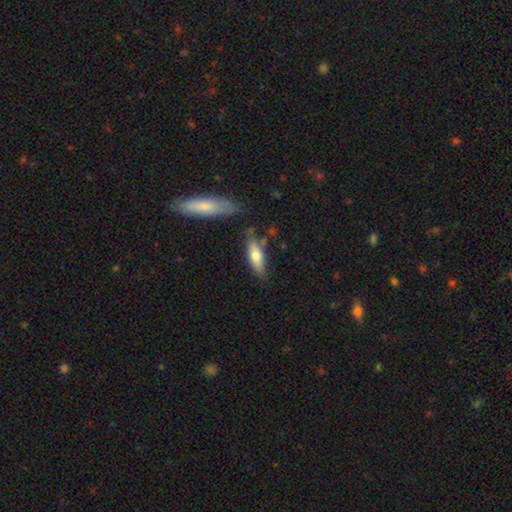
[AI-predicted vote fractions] Q: Smooth or featured?
A: smooth (64%); runner-up: featured or disk (30%)
Q: How rounded?
A: cigar-shaped (51%); runner-up: in between (47%)
Q: Merging?
A: none (65%); runner-up: minor disturbance (21%)